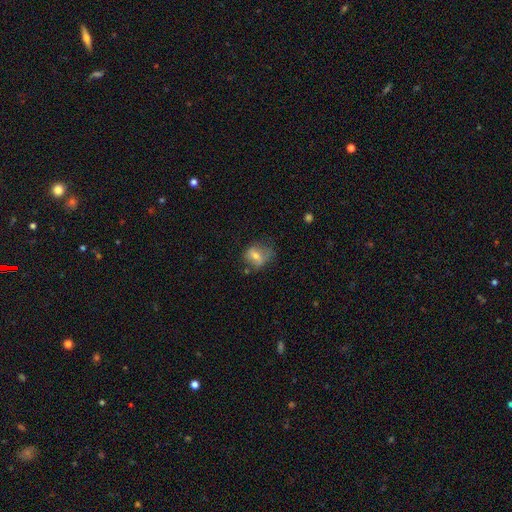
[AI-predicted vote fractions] A smooth galaxy with no disk features (58%) that is in between round and cigar-shaped (54%).

Vote fractions:
- Smooth or featured? smooth: 58% / featured or disk: 32% / star or artifact: 10%
- How rounded? in between: 54% / round: 44% / cigar-shaped: 2%
- Merging? none: 47% / minor disturbance: 30% / major disturbance: 19% / merger: 4%